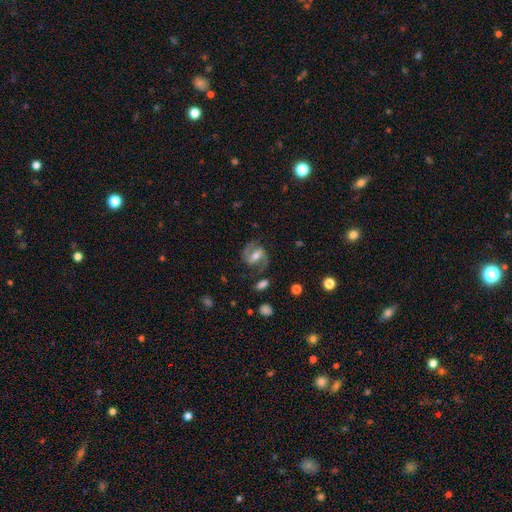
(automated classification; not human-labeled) The model was most divided on "bar": strong: 44%, weak: 39%, no: 17%. More confident: edge-on disk — no (97%); spiral arms — yes (92%); spiral arm count — 2 (91%); smooth or featured — featured or disk (79%); merging — none (75%); bulge size — moderate (64%); spiral winding — medium (57%).